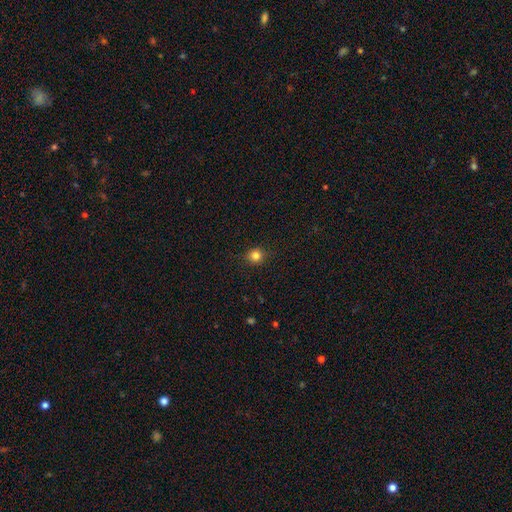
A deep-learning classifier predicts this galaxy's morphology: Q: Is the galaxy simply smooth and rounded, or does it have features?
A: smooth — 83%.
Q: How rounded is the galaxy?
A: round — 88%.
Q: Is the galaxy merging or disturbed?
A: none — 90%.